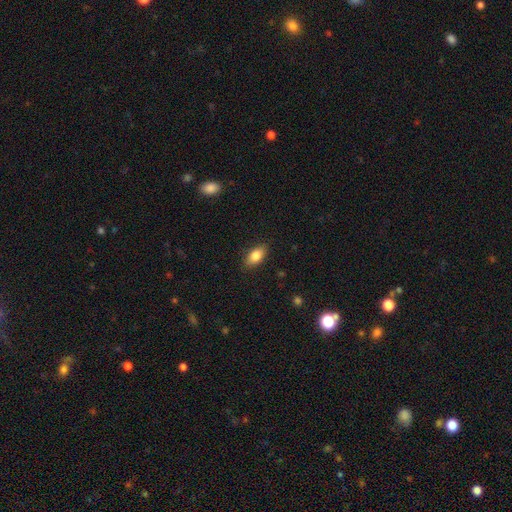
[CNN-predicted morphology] type=smooth (83%); roundness=in between (88%); merging=none (86%).